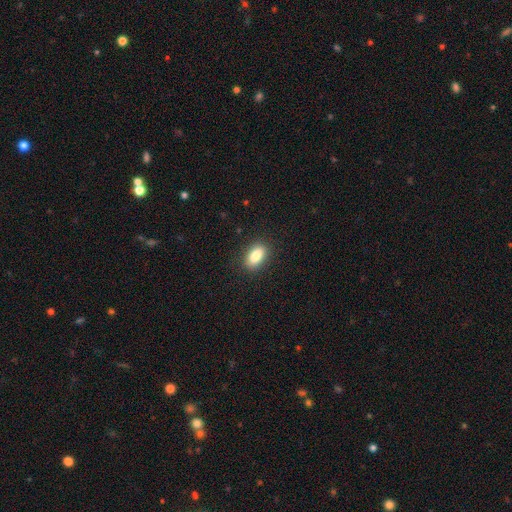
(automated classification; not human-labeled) The model was most divided on "smooth or featured": smooth: 86%, star or artifact: 8%, featured or disk: 7%. More confident: how rounded — in between (89%); merging — none (88%).